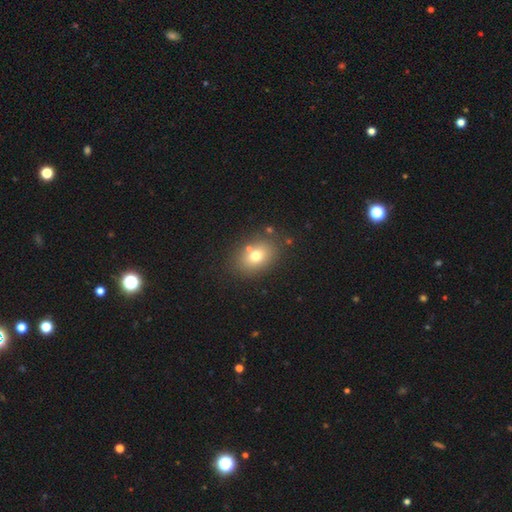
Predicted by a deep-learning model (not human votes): Smooth or featured: smooth — 73% (featured or disk — 15%)
How rounded: in between — 69% (round — 29%)
Merging: none — 76% (minor disturbance — 11%)